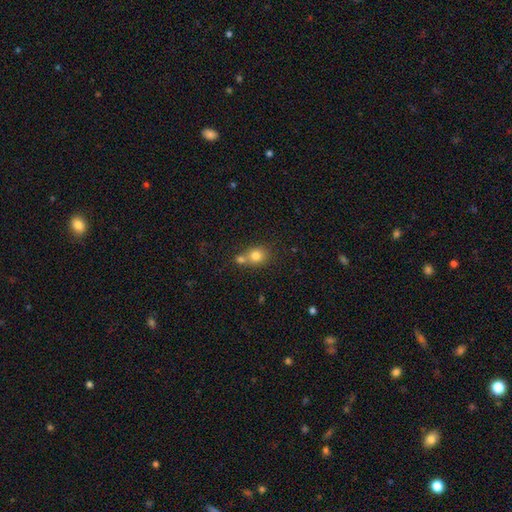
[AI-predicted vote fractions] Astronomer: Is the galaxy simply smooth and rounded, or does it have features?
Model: smooth — 80%.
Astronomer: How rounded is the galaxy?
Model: round — 72%.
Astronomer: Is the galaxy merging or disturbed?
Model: merger — 44%, tied with none at 44%.